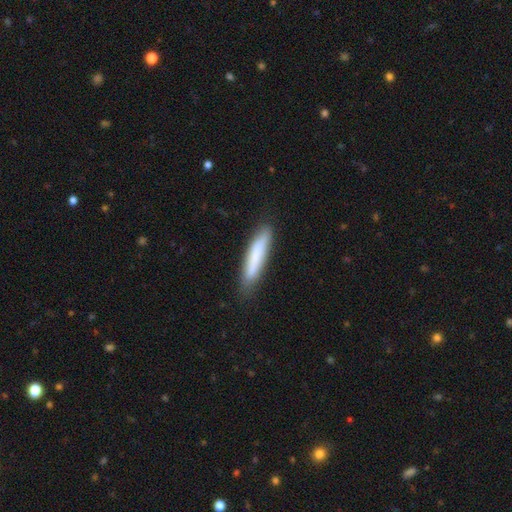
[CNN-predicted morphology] Smooth or featured? Predicted: smooth (p=0.77). How rounded? Predicted: cigar-shaped (p=0.88). Merging? Predicted: none (p=0.84).